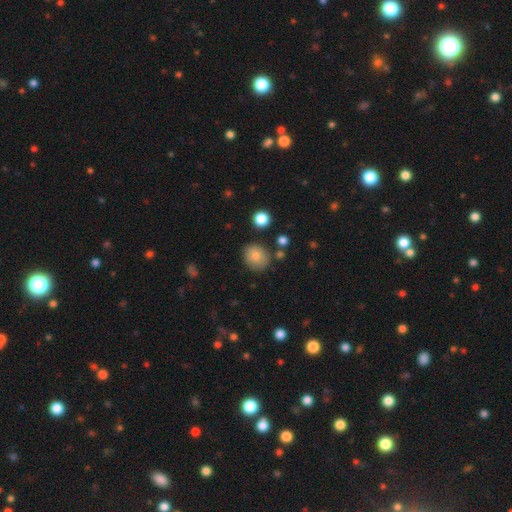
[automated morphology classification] Smooth or featured? smooth (78%)
How rounded? round (78%)
Merging? none (80%)